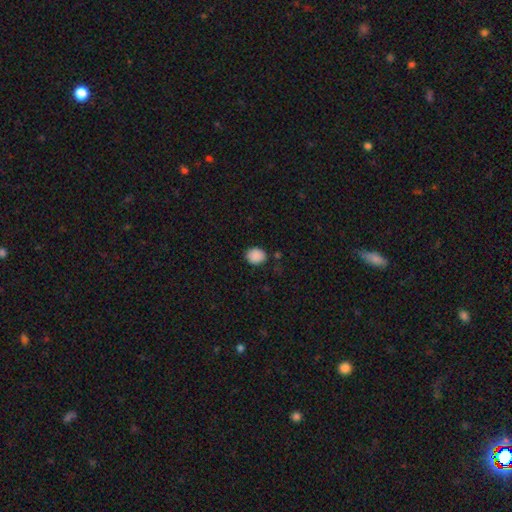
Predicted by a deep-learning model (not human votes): Overall: smooth (88%). How rounded: round (59%; in between 40%). Merging: none (81%).